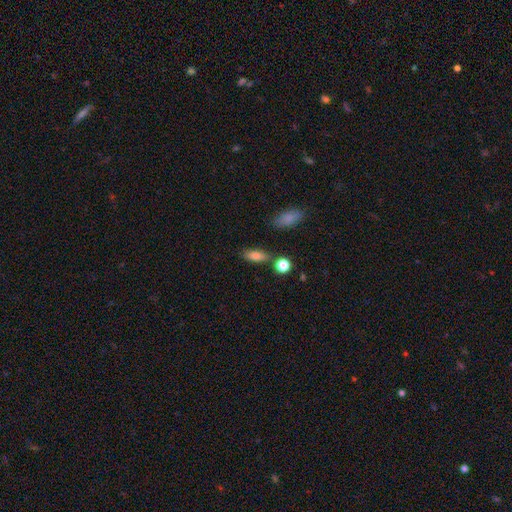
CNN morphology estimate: A smooth galaxy with no disk features (80%) that is in between round and cigar-shaped (71%).

Vote fractions:
- Smooth or featured? smooth: 80% / featured or disk: 11% / star or artifact: 9%
- How rounded? in between: 71% / cigar-shaped: 23% / round: 6%
- Merging? none: 77% / minor disturbance: 12% / merger: 7% / major disturbance: 3%